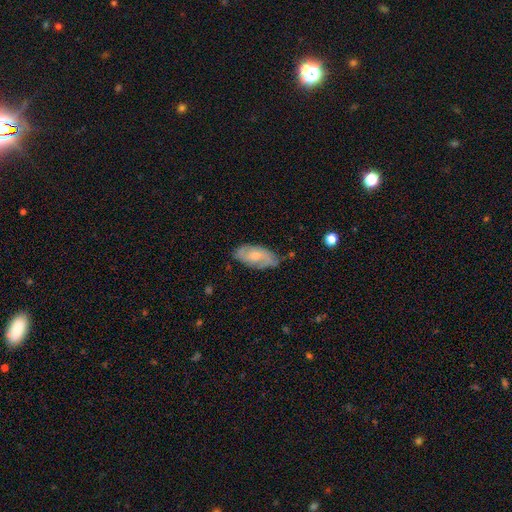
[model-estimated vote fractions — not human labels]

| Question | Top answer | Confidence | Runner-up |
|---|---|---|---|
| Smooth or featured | featured or disk | 60% | smooth (34%) |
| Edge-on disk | no | 92% | yes (8%) |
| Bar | no | 65% | weak (30%) |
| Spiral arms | yes | 85% | no (15%) |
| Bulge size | moderate | 51% | small (40%) |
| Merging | none | 70% | minor disturbance (23%) |